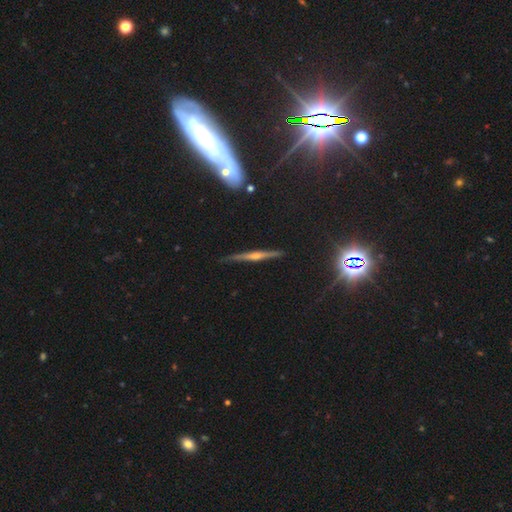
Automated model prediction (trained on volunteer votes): smooth-or-featured: featured or disk: 72% | star or artifact: 15% | smooth: 13%
  disk-edge-on: yes: 96% | no: 4%
    edge-on-bulge: rounded: 80% | none: 10% | boxy: 9%
  merging: none: 84% | minor disturbance: 11% | major disturbance: 3% | merger: 3%